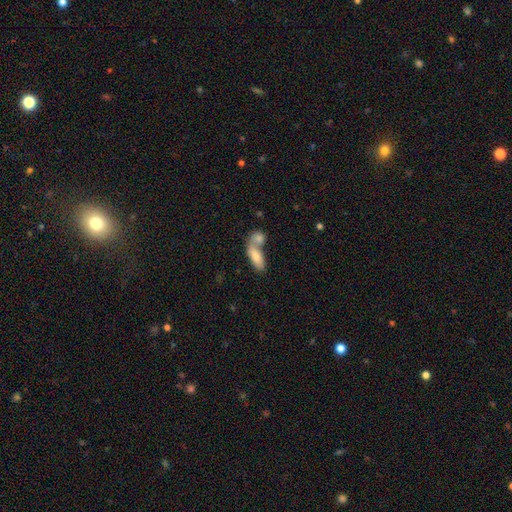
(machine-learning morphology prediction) smooth_or_featured: smooth (p=0.79) [alt: featured or disk p=0.14]
how_rounded: in between (p=0.79) [alt: cigar-shaped p=0.17]
merging: merger (p=0.63) [alt: none p=0.25]